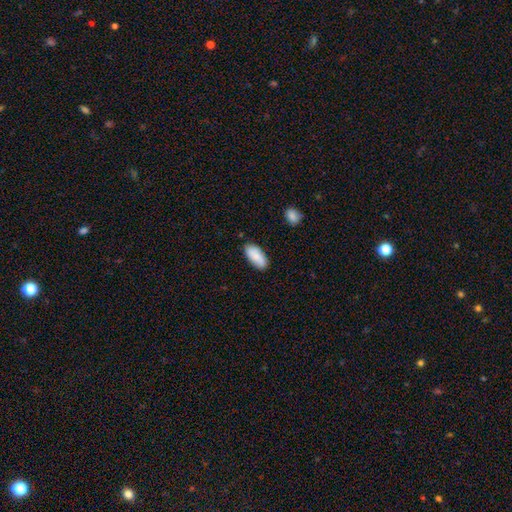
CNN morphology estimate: smooth-or-featured: smooth: 84% | featured or disk: 10% | star or artifact: 6%
  how-rounded: in between: 89% | cigar-shaped: 9% | round: 2%
  merging: none: 82% | minor disturbance: 13% | merger: 2% | major disturbance: 2%